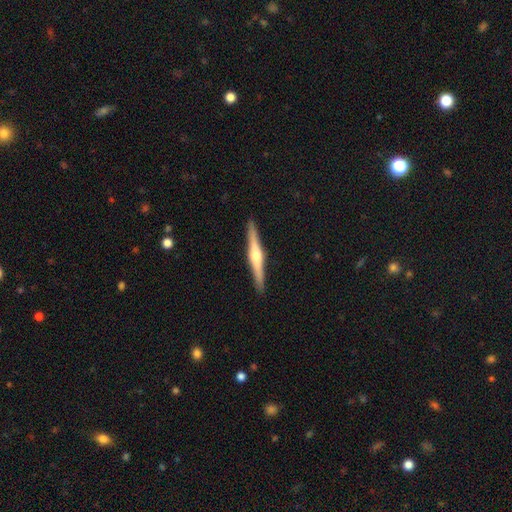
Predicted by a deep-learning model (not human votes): Morphology: type=featured or disk (74%); edge-on=yes (98%); edge-on bulge=rounded (91%); merging=none (92%).